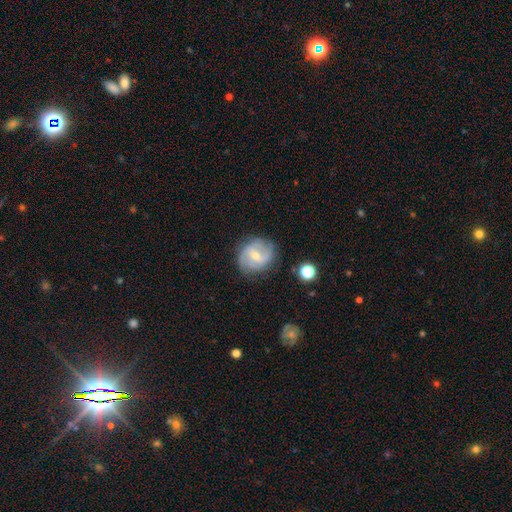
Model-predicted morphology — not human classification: Smooth or featured? featured or disk (70%)
Edge-on disk? no (97%)
Bar? weak (53%)
Spiral arms? yes (88%)
Spiral winding? medium (45%)
Spiral arm count? 2 (62%)
Bulge size? small (57%)
Merging? none (75%)